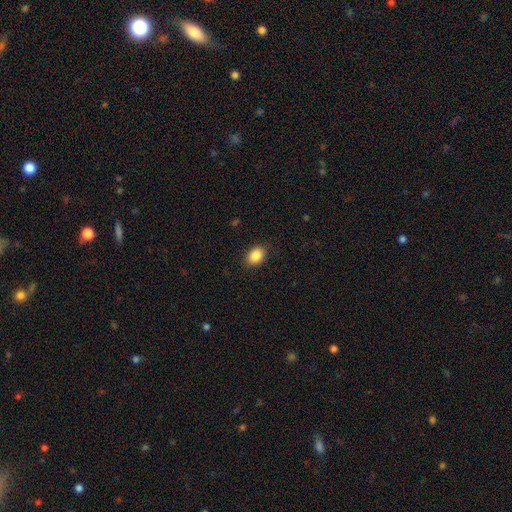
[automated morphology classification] The model was most divided on "how rounded": in between: 74%, round: 25%, cigar-shaped: 1%. More confident: merging — none (88%); smooth or featured — smooth (87%).